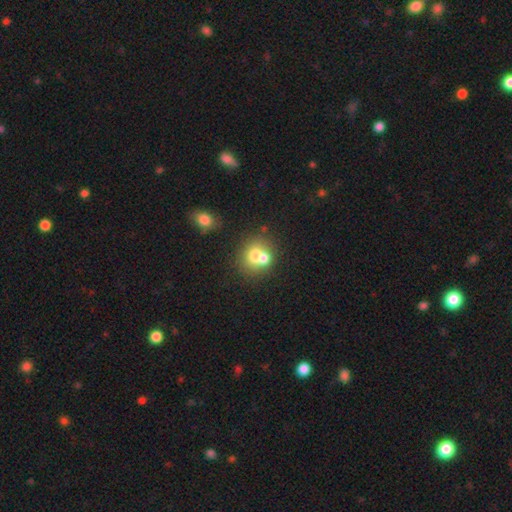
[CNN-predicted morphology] This is likely a smooth galaxy (67%). How rounded: likely round (74%). Merging: possibly merger (53%).